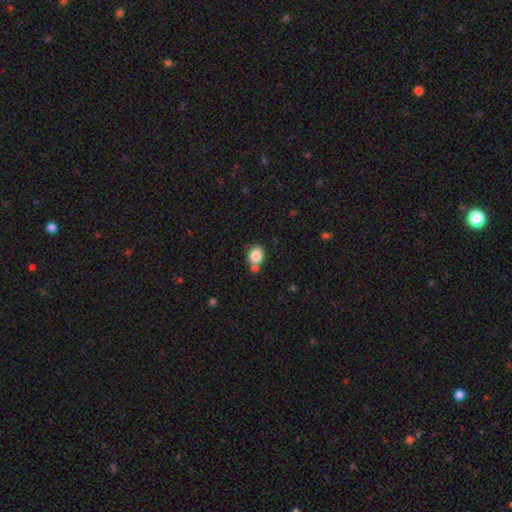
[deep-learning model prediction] Q: Smooth or featured?
A: smooth (85%); runner-up: star or artifact (9%)
Q: How rounded?
A: round (54%); runner-up: in between (45%)
Q: Merging?
A: none (63%); runner-up: merger (20%)